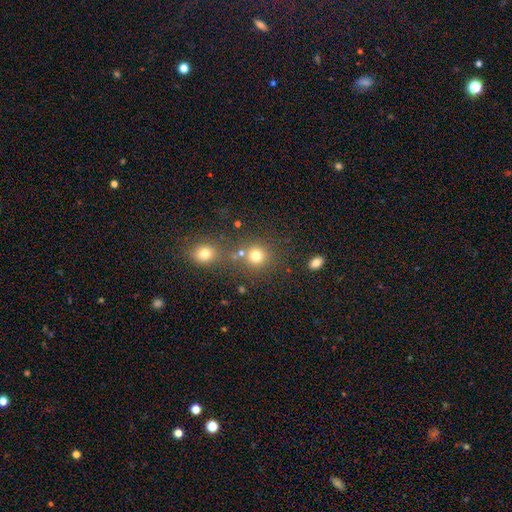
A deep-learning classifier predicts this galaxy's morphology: This appears to be a smooth galaxy with no disk features (77%) that is round (88%). Merging: none (68%).